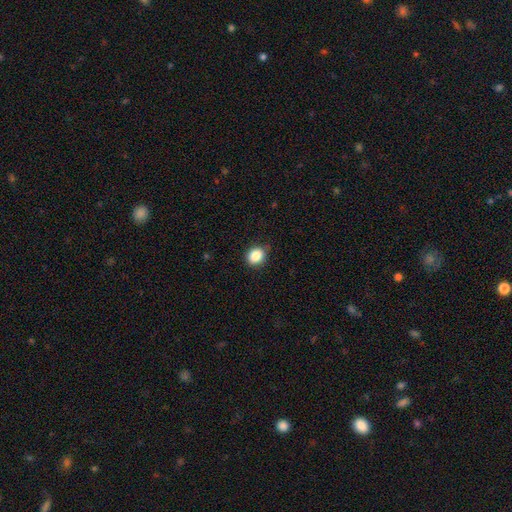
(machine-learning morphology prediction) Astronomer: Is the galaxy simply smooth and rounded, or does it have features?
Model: smooth — 86%.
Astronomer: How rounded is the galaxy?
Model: round — 70%.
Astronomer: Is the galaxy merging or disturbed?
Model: none — 80%.